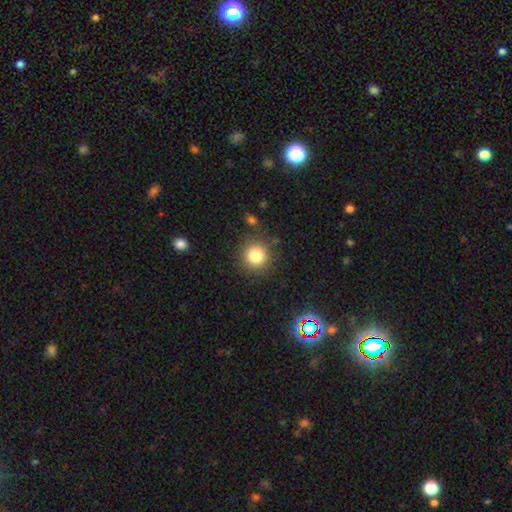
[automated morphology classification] A smooth galaxy with no disk features (82%) that is round (93%). Merging: none (86%).